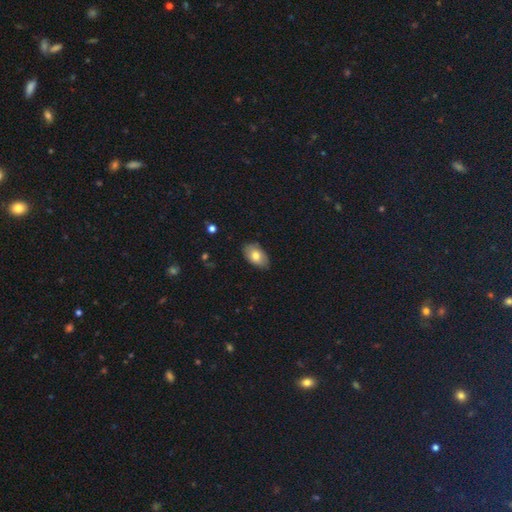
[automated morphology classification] Smooth or featured? Predicted: smooth (p=0.75). How rounded? Predicted: in between (p=0.93). Merging? Predicted: none (p=0.84).